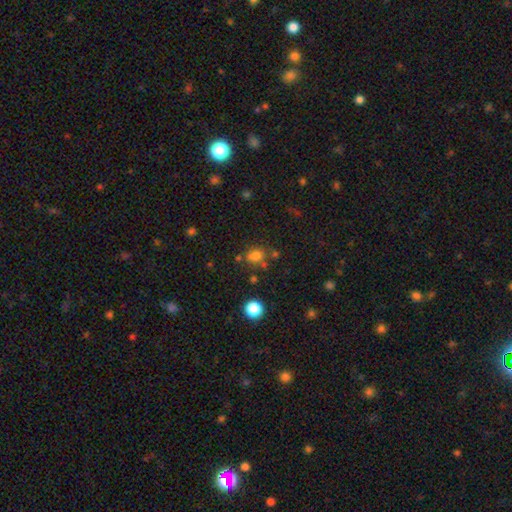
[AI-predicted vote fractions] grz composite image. It shows a smooth galaxy with no disk features (72%) that is round (66%). Merging: none (60%).